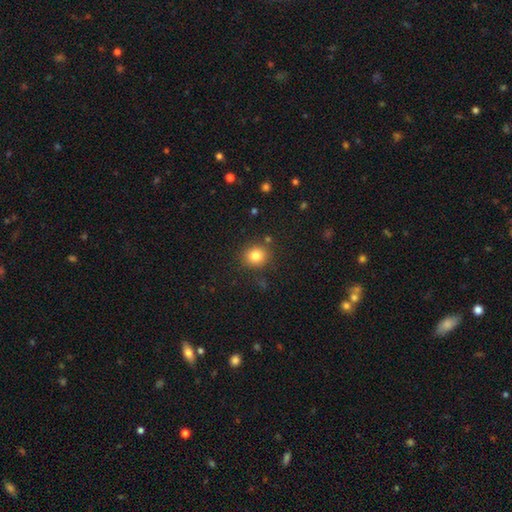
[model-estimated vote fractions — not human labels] A smooth galaxy with no disk features (82%) that is round (83%). Merging: none (84%).